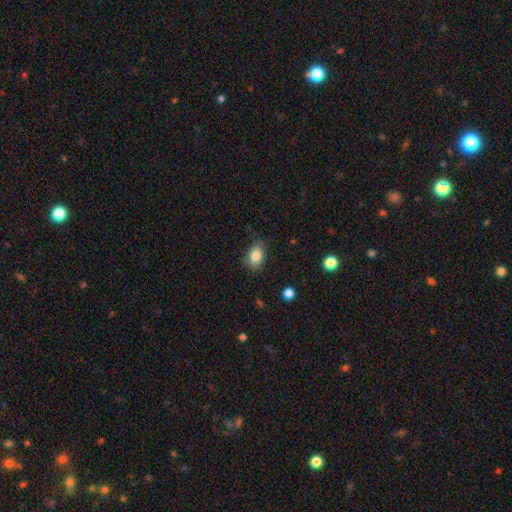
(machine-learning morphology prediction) Overall: smooth (85%). How rounded: in between (83%). Merging: none (75%).